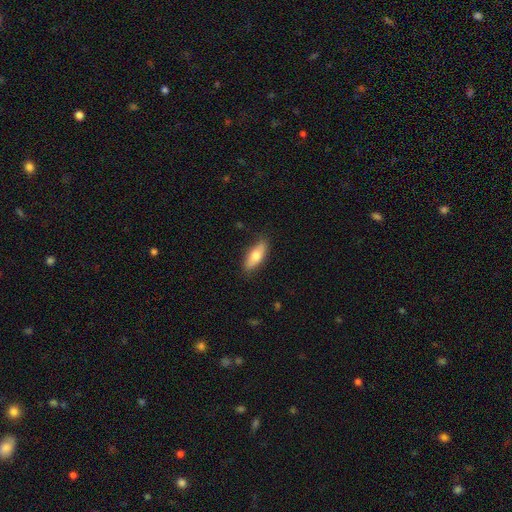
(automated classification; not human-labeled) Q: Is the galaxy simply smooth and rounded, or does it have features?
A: smooth — 71%.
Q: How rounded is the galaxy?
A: in between — 71%.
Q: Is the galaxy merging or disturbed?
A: none — 83%.